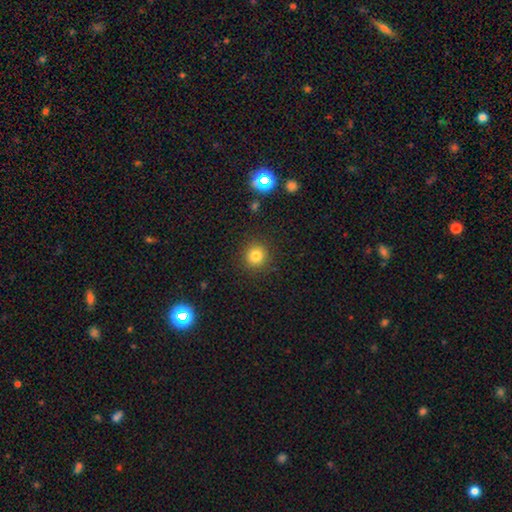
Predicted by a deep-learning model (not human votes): This is clearly a smooth galaxy (80%). How rounded: clearly round (93%). Merging: clearly none (90%).